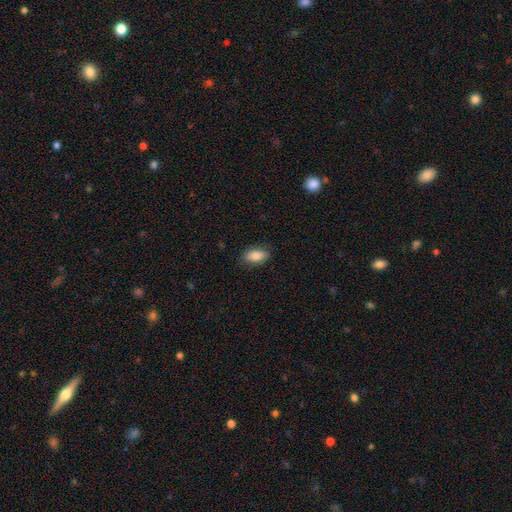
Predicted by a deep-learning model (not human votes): This is clearly a smooth galaxy (84%). How rounded: clearly in between (90%). Merging: clearly none (85%).